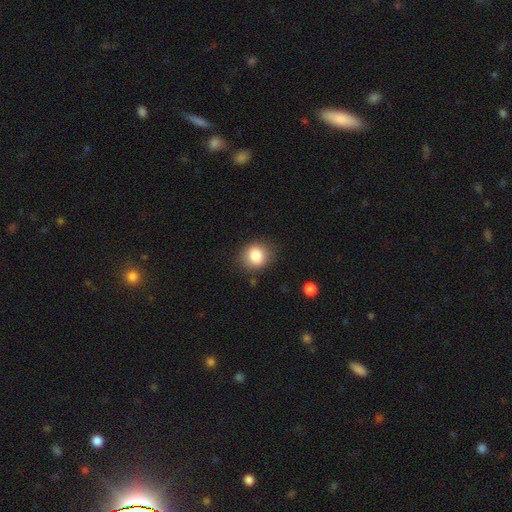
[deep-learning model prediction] The model was most divided on "how rounded": round: 74%, in between: 25%, cigar-shaped: 1%. More confident: smooth or featured — smooth (84%); merging — none (82%).